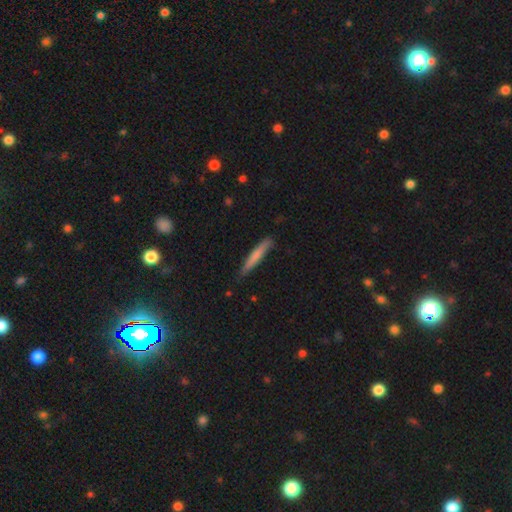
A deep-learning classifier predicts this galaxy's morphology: smooth 69%, featured or disk 26%, star or artifact 5%. Down the decision tree: how rounded — cigar-shaped (94%); merging — none (82%).